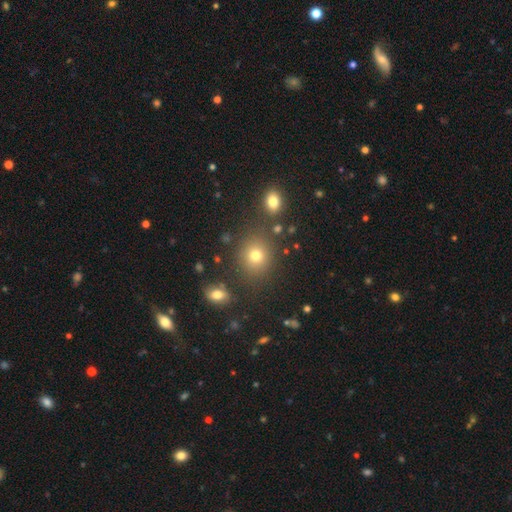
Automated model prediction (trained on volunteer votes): The model was most divided on "how rounded": round: 76%, in between: 23%, cigar-shaped: 1%. More confident: merging — none (80%); smooth or featured — smooth (75%).